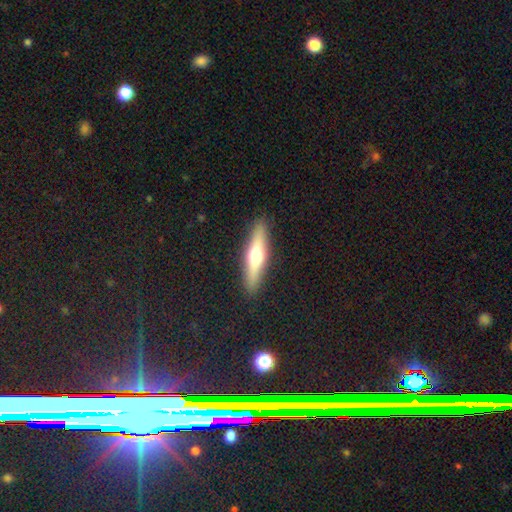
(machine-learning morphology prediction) Smooth or featured? Predicted: featured or disk (p=0.50). Merging? Predicted: none (p=0.90).